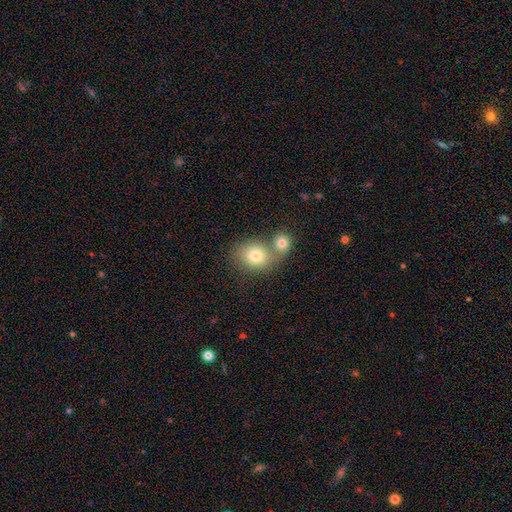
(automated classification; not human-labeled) Smooth or featured: smooth — 78% (featured or disk — 12%)
How rounded: round — 65% (in between — 34%)
Merging: merger — 51% (none — 38%)